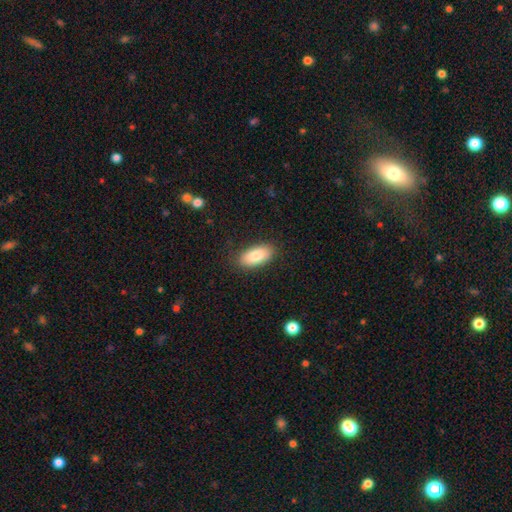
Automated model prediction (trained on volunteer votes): Q: Smooth or featured?
A: smooth (83%); runner-up: featured or disk (11%)
Q: How rounded?
A: in between (90%); runner-up: cigar-shaped (7%)
Q: Merging?
A: none (85%); runner-up: minor disturbance (11%)